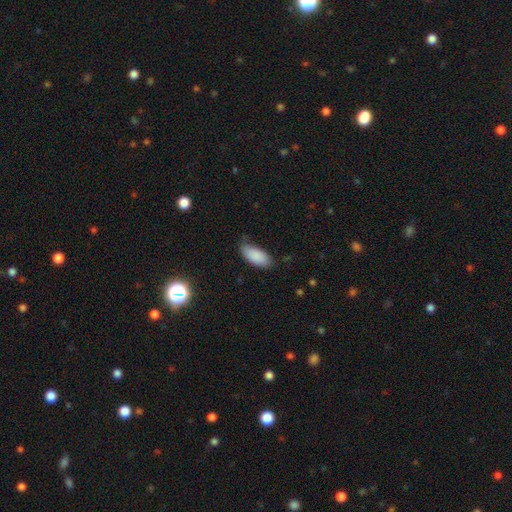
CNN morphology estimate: smooth_or_featured: smooth (p=0.87) [alt: star or artifact p=0.07]
how_rounded: in between (p=0.91) [alt: cigar-shaped p=0.07]
merging: none (p=0.64) [alt: minor disturbance p=0.28]